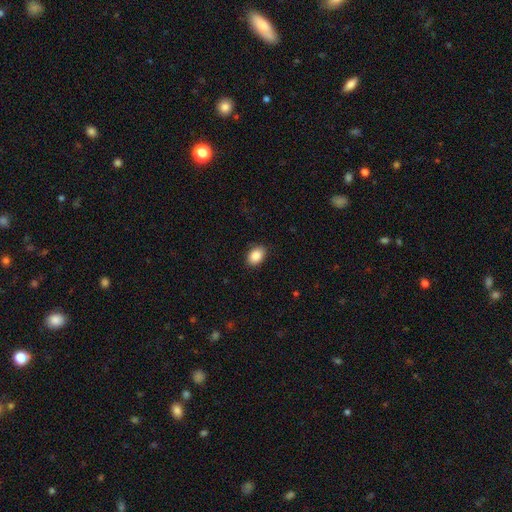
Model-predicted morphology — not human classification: smooth 88%, star or artifact 8%, featured or disk 4%. Down the decision tree: how rounded — in between (81%); merging — none (88%).